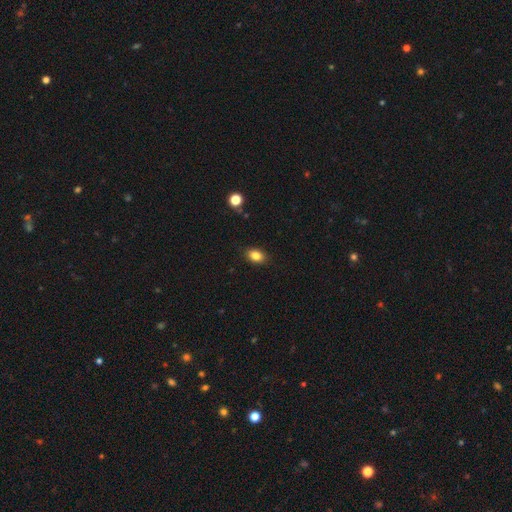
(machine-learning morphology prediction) This is clearly a smooth galaxy (84%). How rounded: likely in between (79%). Merging: clearly none (87%).